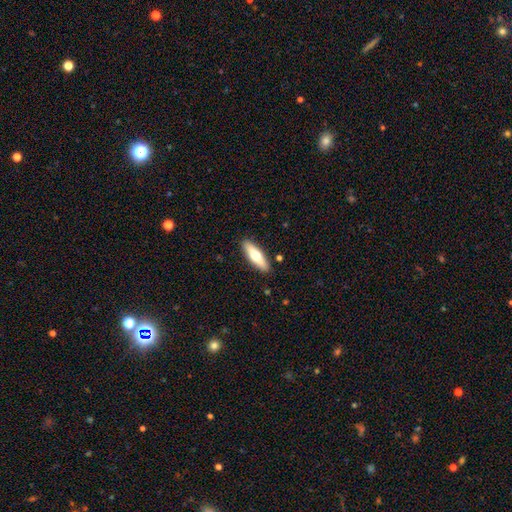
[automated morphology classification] Smooth or featured? Predicted: smooth (p=0.57). How rounded? Predicted: cigar-shaped (p=0.54). Merging? Predicted: none (p=0.90).